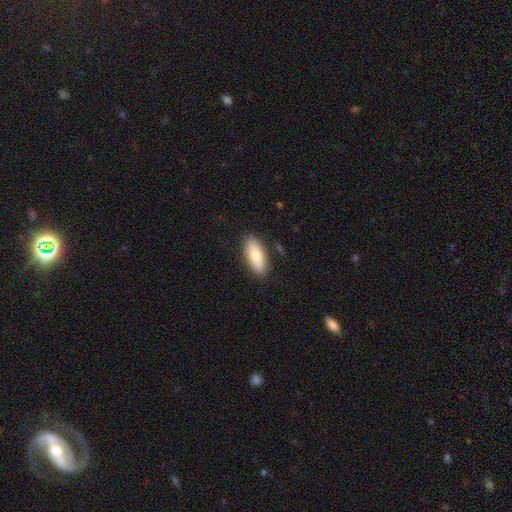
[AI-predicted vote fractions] Smooth or featured? Predicted: smooth (p=0.82). How rounded? Predicted: in between (p=0.80). Merging? Predicted: none (p=0.87).